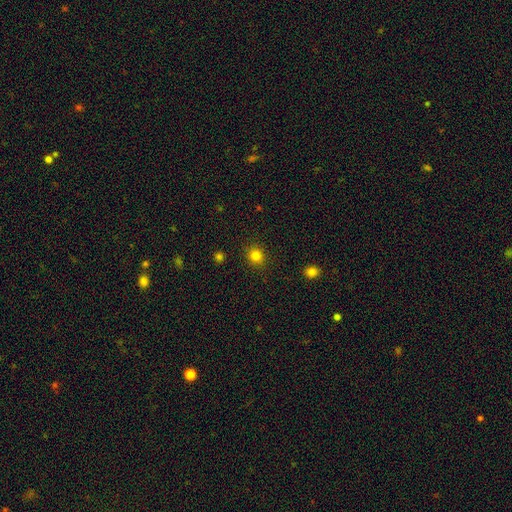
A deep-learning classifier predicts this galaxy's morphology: The model was most divided on "smooth or featured": smooth: 82%, star or artifact: 14%, featured or disk: 5%. More confident: merging — none (90%); how rounded — round (86%).